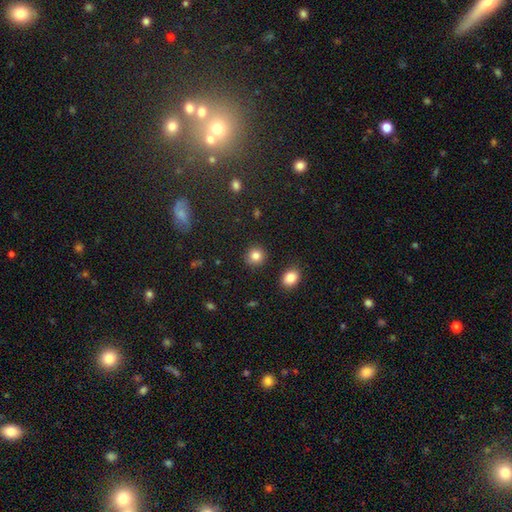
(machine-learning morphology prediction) Overall: smooth (84%). How rounded: round (89%). Merging: none (89%).